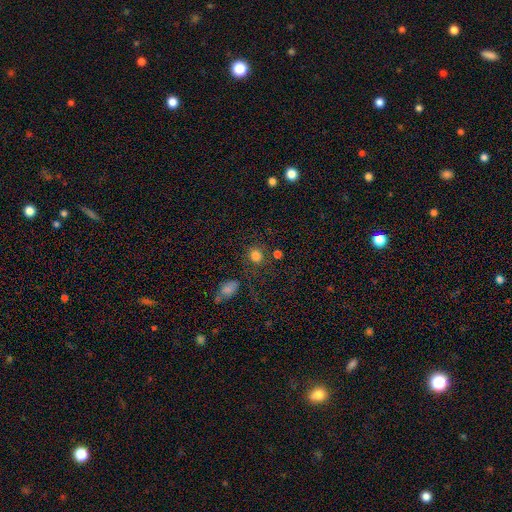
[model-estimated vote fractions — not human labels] Smooth or featured? Predicted: smooth (p=0.79). How rounded? Predicted: round (p=0.80). Merging? Predicted: none (p=0.73).